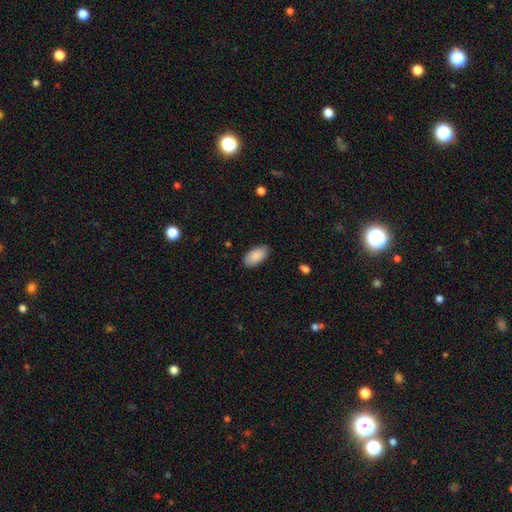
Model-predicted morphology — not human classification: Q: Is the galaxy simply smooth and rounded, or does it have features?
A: smooth — 89%.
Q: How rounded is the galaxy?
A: in between — 95%.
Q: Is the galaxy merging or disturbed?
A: none — 83%.